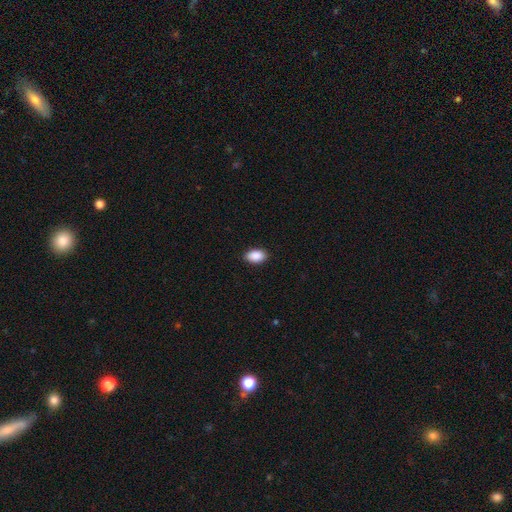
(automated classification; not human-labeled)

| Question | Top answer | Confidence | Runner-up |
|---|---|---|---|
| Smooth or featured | smooth | 90% | star or artifact (7%) |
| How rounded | in between | 92% | round (7%) |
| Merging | none | 89% | minor disturbance (8%) |